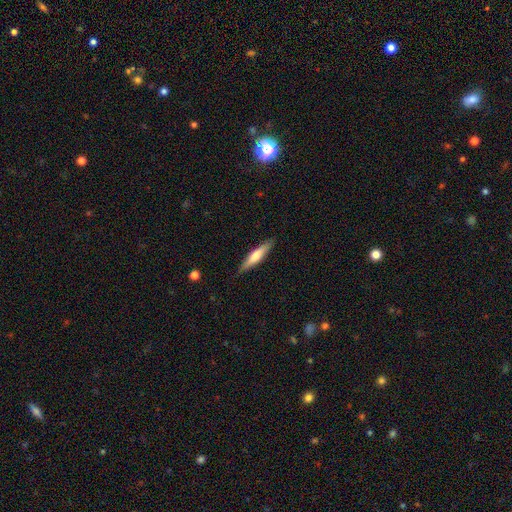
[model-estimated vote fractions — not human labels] smooth_or_featured: smooth (p=0.53) [alt: featured or disk p=0.41]
how_rounded: cigar-shaped (p=0.86) [alt: in between p=0.13]
merging: none (p=0.88) [alt: minor disturbance p=0.09]